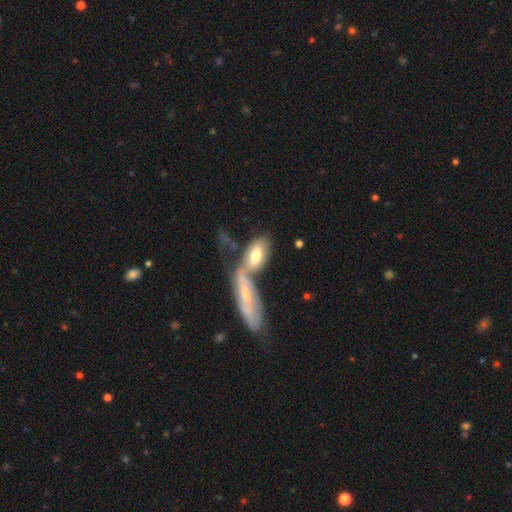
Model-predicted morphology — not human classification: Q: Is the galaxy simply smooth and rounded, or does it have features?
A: smooth — 61%.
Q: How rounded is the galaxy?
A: in between — 83%.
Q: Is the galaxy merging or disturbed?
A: merger — 60%.